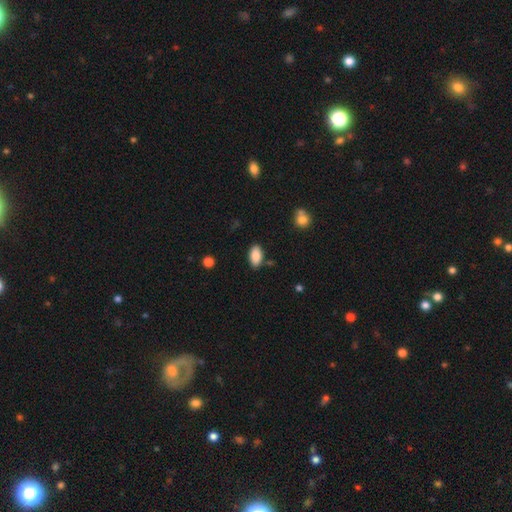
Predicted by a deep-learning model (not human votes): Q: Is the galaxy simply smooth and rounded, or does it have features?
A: smooth — 87%.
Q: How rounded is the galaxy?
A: in between — 93%.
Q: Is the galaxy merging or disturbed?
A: none — 84%.